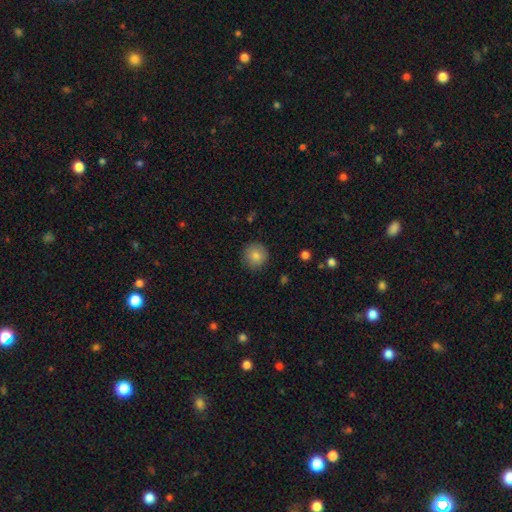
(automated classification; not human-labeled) This is clearly a smooth galaxy (83%). How rounded: clearly round (95%). Merging: clearly none (89%).